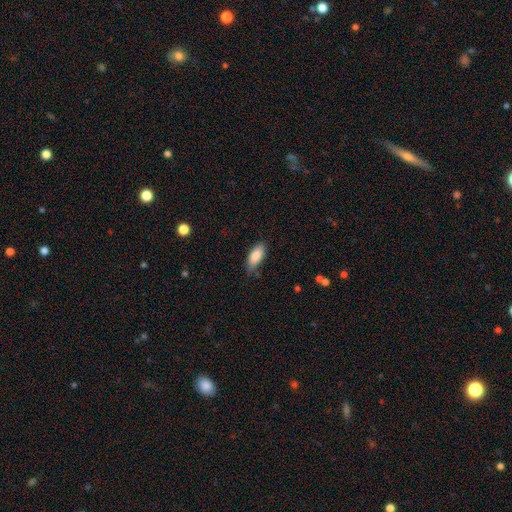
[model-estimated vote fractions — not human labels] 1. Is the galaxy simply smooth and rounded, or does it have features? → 86% smooth, 7% featured or disk, 6% star or artifact.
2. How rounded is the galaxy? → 84% in between, 14% cigar-shaped, 2% round.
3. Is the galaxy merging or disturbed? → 73% none, 22% minor disturbance, 4% major disturbance, 2% merger.